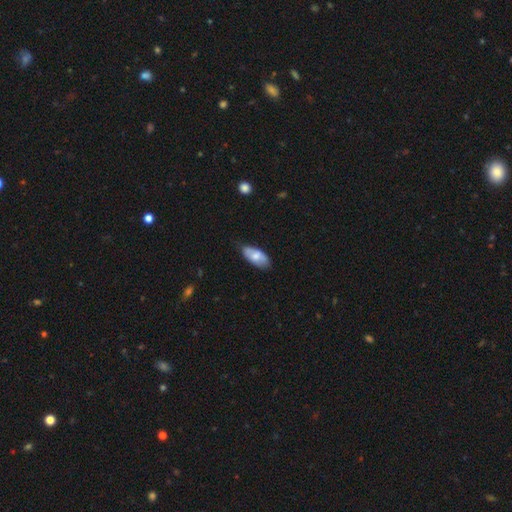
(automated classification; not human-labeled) A smooth galaxy with no disk features (67%) that is in between round and cigar-shaped (89%).

Vote fractions:
- Smooth or featured? smooth: 67% / featured or disk: 27% / star or artifact: 6%
- How rounded? in between: 89% / cigar-shaped: 8% / round: 2%
- Merging? none: 66% / minor disturbance: 27% / major disturbance: 5% / merger: 3%